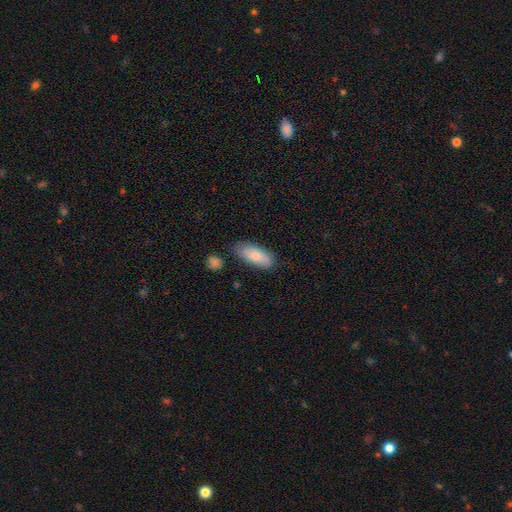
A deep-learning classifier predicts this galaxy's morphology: type=smooth (82%); roundness=in between (83%); merging=none (74%).